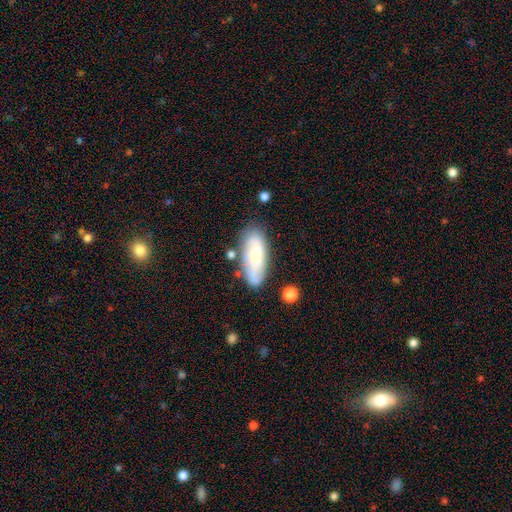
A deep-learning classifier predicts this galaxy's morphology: Smooth or featured: smooth — 56% (featured or disk — 37%)
How rounded: in between — 70% (cigar-shaped — 27%)
Merging: none — 72% (minor disturbance — 18%)